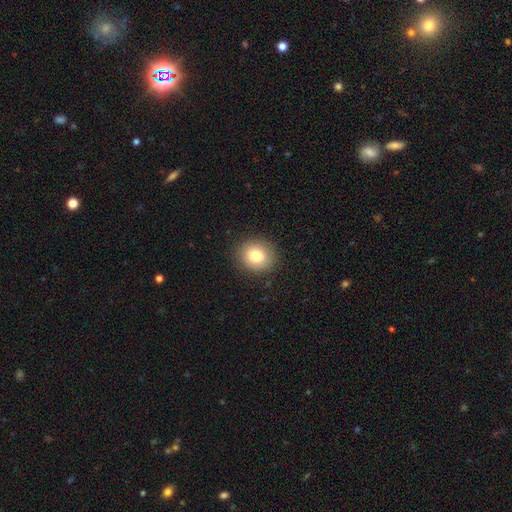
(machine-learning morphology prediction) type=smooth (81%); roundness=round (77%); merging=none (89%).